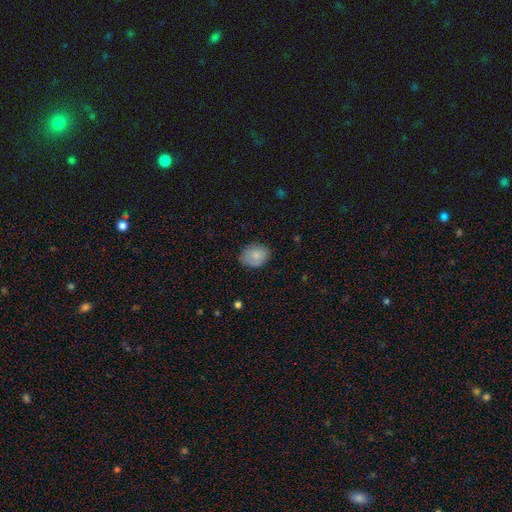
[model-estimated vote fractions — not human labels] Smooth or featured? Predicted: smooth (p=0.80). How rounded? Predicted: in between (p=0.65). Merging? Predicted: none (p=0.74).